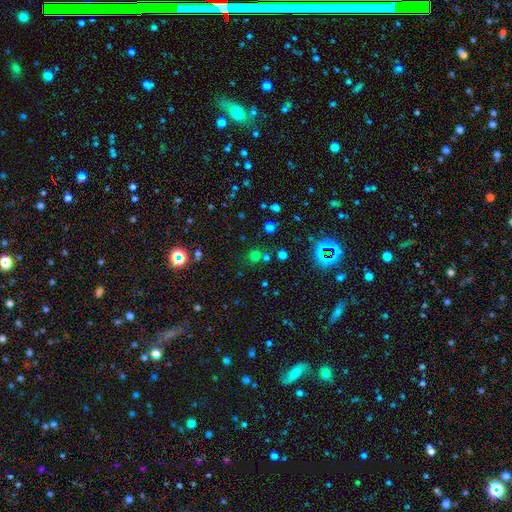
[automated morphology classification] Smooth or featured? smooth (54%)
How rounded? round (88%)
Merging? none (72%)